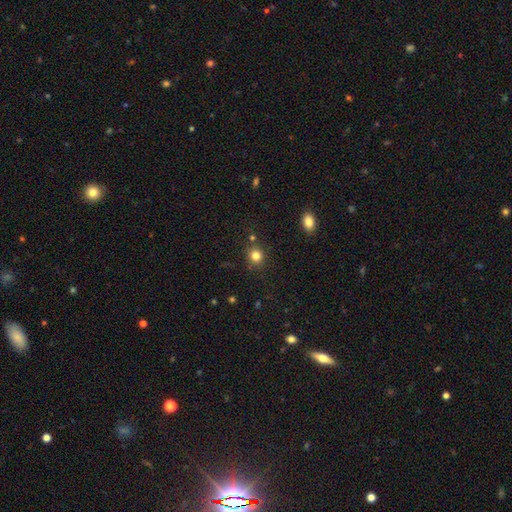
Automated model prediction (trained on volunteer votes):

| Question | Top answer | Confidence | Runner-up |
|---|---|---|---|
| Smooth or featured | smooth | 82% | star or artifact (13%) |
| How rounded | round | 83% | in between (16%) |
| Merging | none | 81% | minor disturbance (10%) |